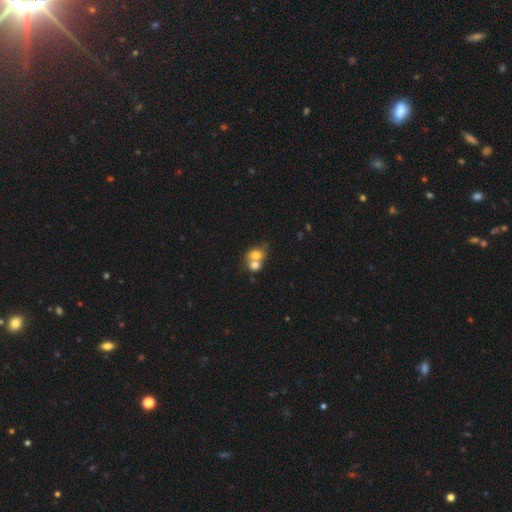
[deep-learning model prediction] This is likely a smooth galaxy (71%). How rounded: possibly round (54%). Merging: likely merger (68%).